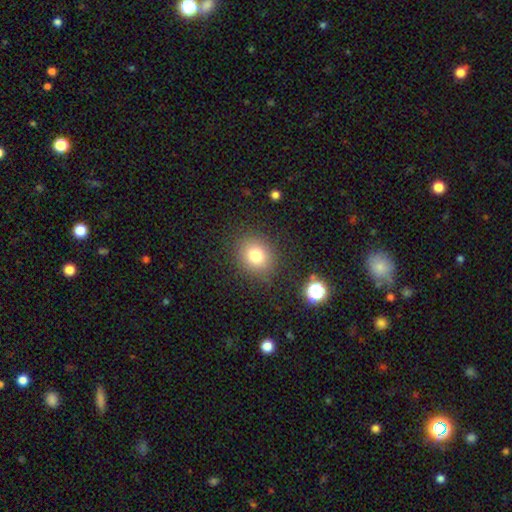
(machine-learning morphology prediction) Smooth or featured? smooth (78%)
How rounded? round (71%)
Merging? none (86%)